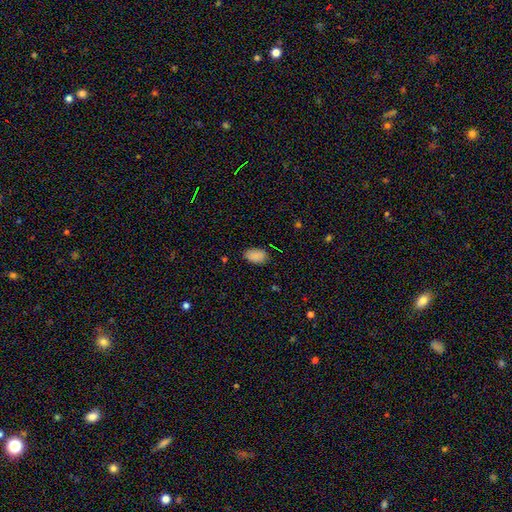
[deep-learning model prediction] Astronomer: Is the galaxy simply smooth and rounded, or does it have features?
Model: smooth — 87%.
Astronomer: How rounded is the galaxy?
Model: in between — 92%.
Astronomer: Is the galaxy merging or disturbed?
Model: none — 81%.